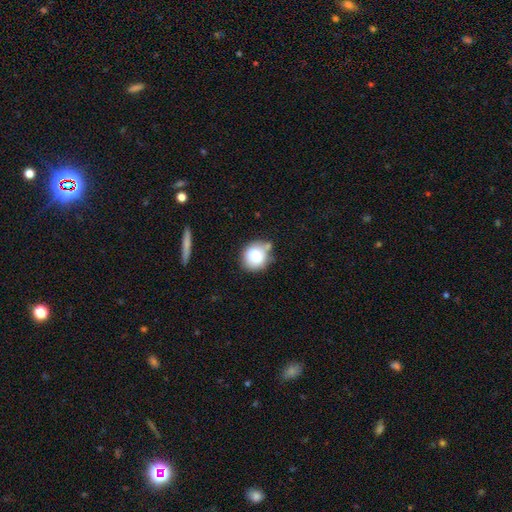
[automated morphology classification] smooth 75%, featured or disk 15%, star or artifact 9%. Down the decision tree: how rounded — round (79%); merging — none (63%).